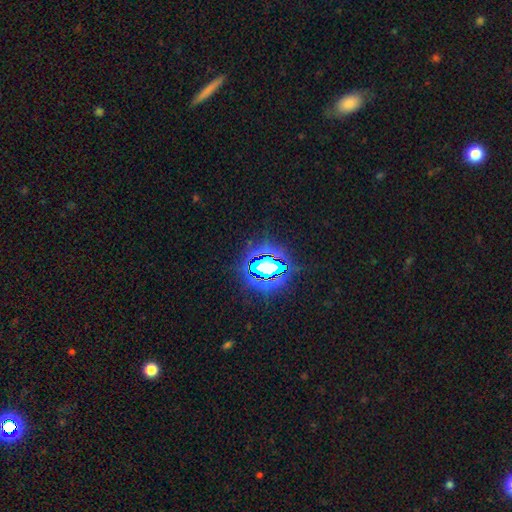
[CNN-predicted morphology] This is likely a star or artifact rather than a galaxy (80%).